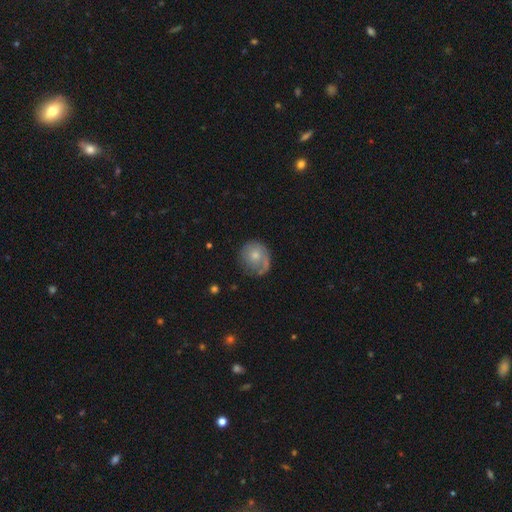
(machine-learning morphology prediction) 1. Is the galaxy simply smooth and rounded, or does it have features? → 51% smooth, 42% featured or disk, 7% star or artifact.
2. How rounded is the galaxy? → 78% round, 21% in between, 1% cigar-shaped.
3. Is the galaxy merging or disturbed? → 54% none, 27% minor disturbance, 17% major disturbance, 2% merger.